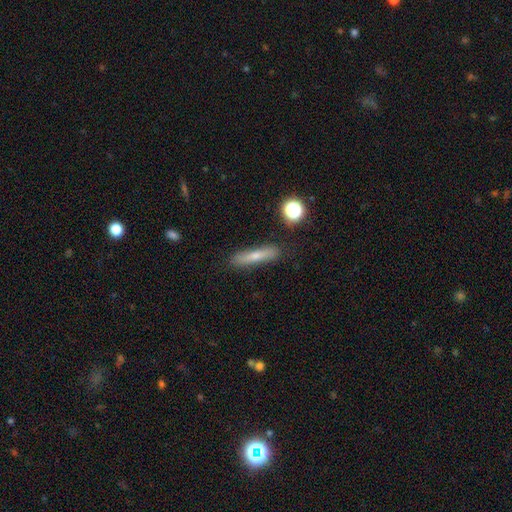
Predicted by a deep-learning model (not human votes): smooth_or_featured: smooth (p=0.58) [alt: featured or disk p=0.33]
how_rounded: cigar-shaped (p=0.87) [alt: in between p=0.10]
merging: none (p=0.86) [alt: minor disturbance p=0.10]